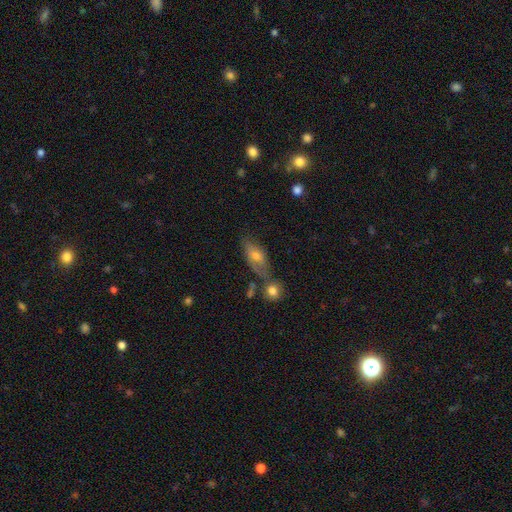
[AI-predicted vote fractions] Smooth or featured: smooth — 52% (featured or disk — 39%)
How rounded: in between — 80% (cigar-shaped — 13%)
Merging: none — 46% (minor disturbance — 23%)